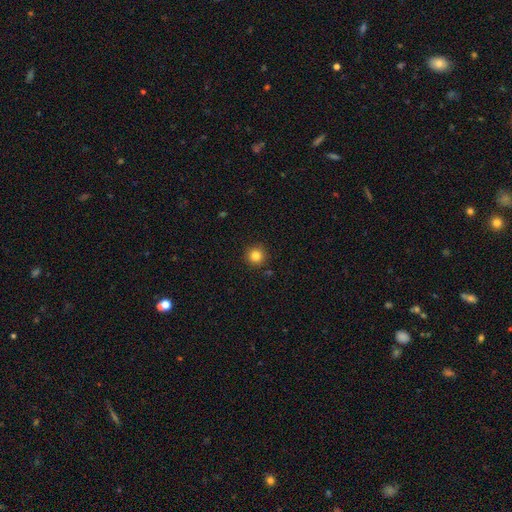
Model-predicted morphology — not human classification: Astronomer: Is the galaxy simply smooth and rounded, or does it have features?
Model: smooth — 83%.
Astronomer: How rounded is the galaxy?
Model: round — 95%.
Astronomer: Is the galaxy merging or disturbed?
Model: none — 91%.